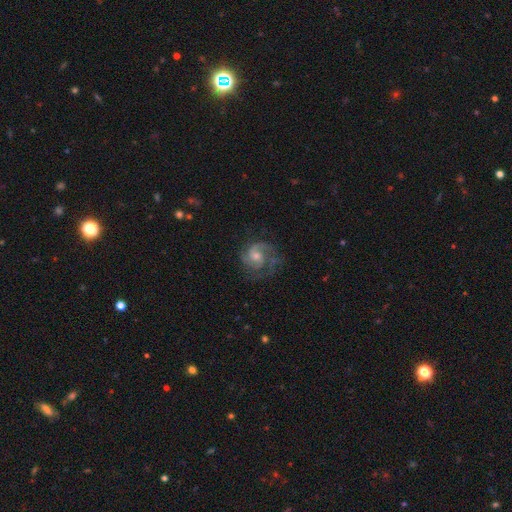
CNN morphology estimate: Q: Smooth or featured?
A: featured or disk (82%); runner-up: smooth (10%)
Q: Edge-on disk?
A: no (98%); runner-up: yes (2%)
Q: Bar?
A: no (58%); runner-up: weak (36%)
Q: Spiral arms?
A: yes (96%); runner-up: no (4%)
Q: Spiral winding?
A: medium (49%); runner-up: tight (36%)
Q: Spiral arm count?
A: 2 (55%); runner-up: 3 (19%)
Q: Bulge size?
A: moderate (50%); runner-up: small (39%)
Q: Merging?
A: none (66%); runner-up: minor disturbance (19%)